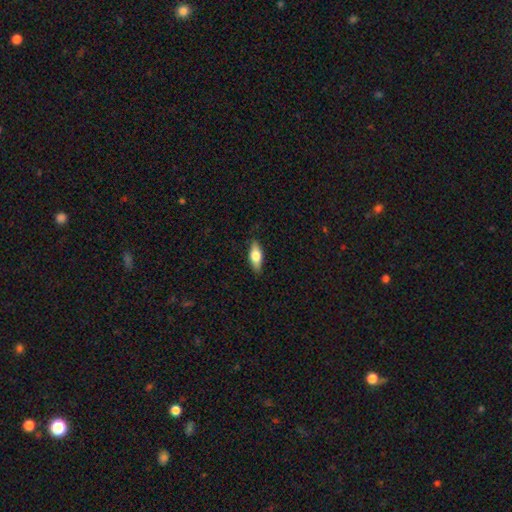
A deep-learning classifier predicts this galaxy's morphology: A smooth galaxy with no disk features (66%) that is in between round and cigar-shaped (72%). Merging: none (85%).